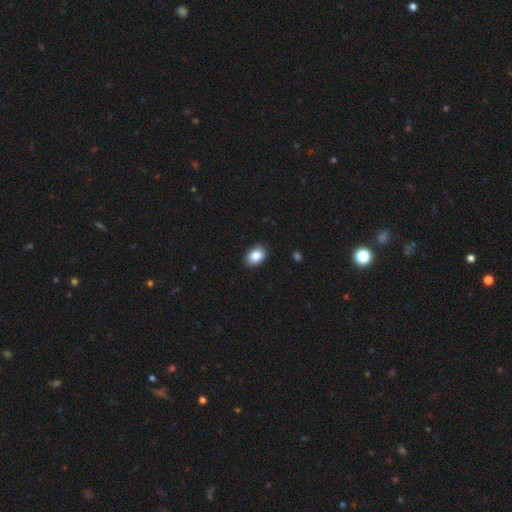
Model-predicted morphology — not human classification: type=smooth (85%); roundness=in between (78%); merging=none (86%).